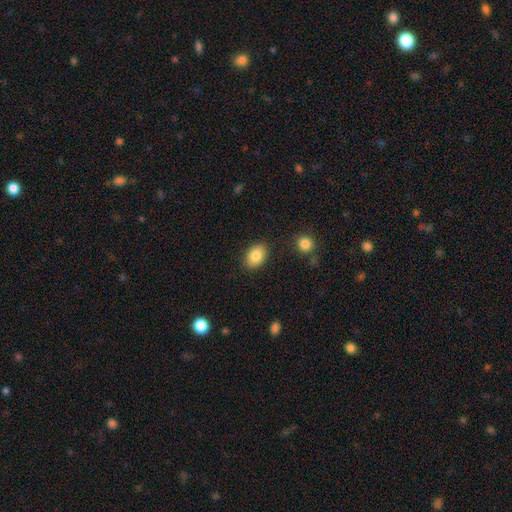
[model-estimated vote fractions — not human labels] A smooth galaxy with no disk features (85%) that is in between round and cigar-shaped (83%). Merging: none (86%).